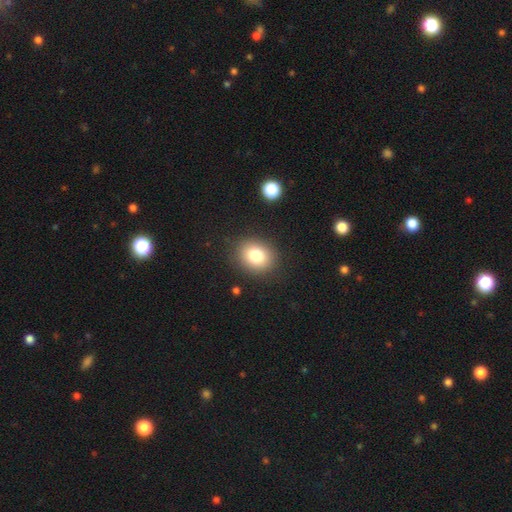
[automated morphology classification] Q: Smooth or featured?
A: smooth (79%); runner-up: star or artifact (11%)
Q: How rounded?
A: round (57%); runner-up: in between (42%)
Q: Merging?
A: none (87%); runner-up: minor disturbance (8%)